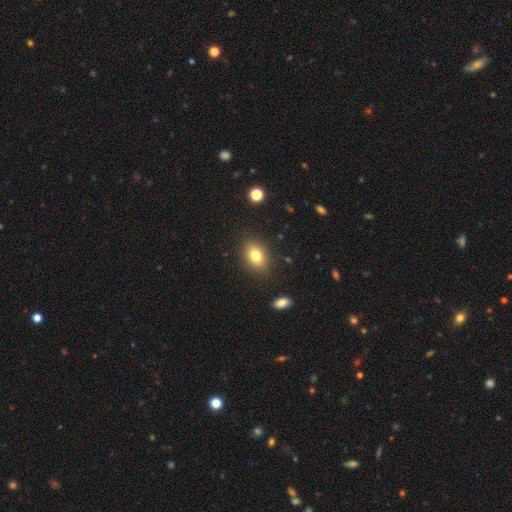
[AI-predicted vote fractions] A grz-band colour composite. It shows a smooth galaxy with no disk features (79%) that is in between round and cigar-shaped (78%). Merging: none (86%).